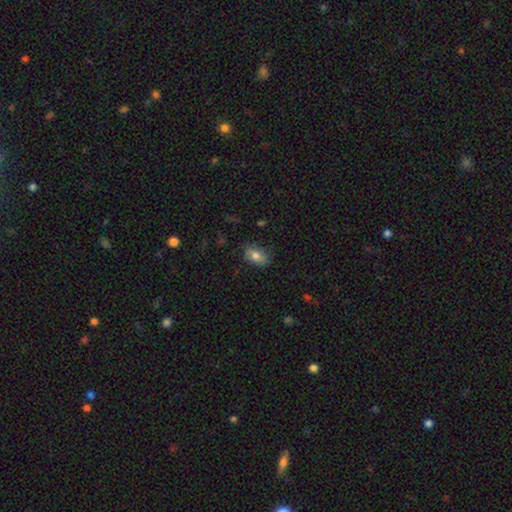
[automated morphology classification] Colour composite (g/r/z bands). It shows a smooth galaxy with no disk features (77%) that is in between round and cigar-shaped (88%). Merging: none (78%).